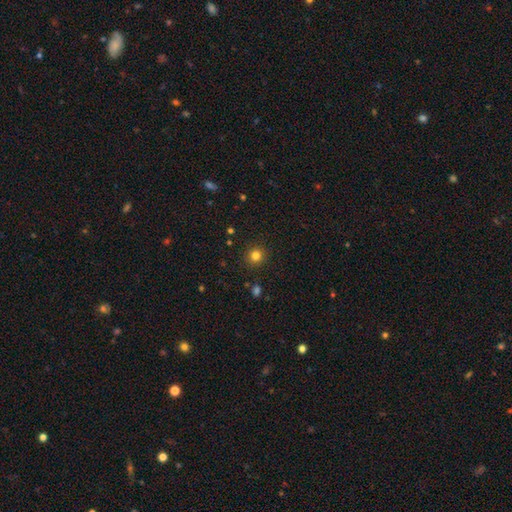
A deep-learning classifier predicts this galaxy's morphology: A smooth galaxy with no disk features (81%) that is round (93%). Merging: none (91%).